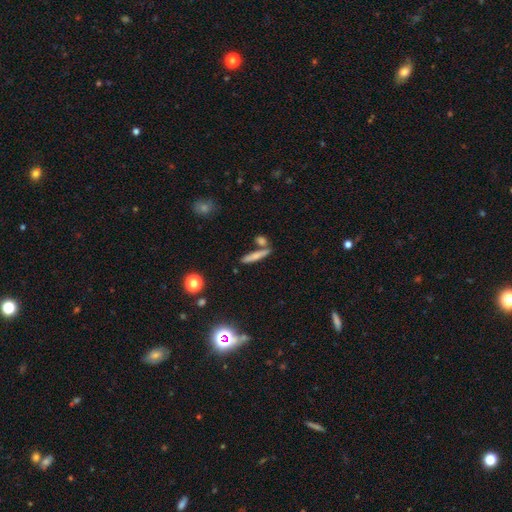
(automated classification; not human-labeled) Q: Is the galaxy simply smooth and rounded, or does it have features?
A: smooth — 71%.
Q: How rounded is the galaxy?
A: cigar-shaped — 84%.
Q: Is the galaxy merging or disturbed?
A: none — 69%.